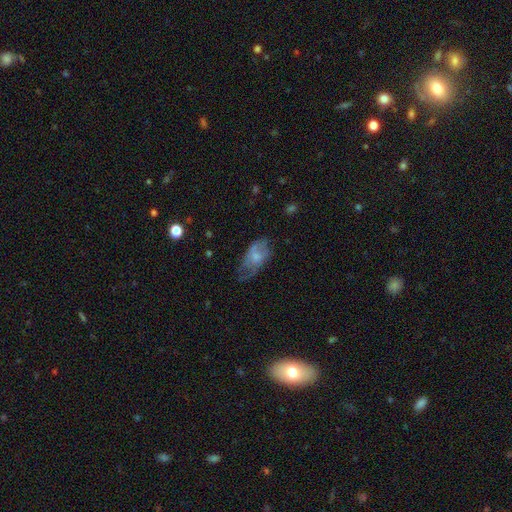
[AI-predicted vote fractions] Q: Smooth or featured?
A: smooth (47%); runner-up: featured or disk (45%)
Q: Merging?
A: none (36%); runner-up: minor disturbance (31%)